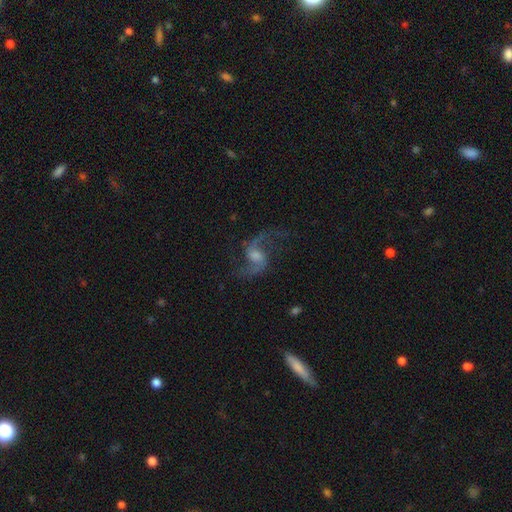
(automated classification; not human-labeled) This is clearly a featured or disk galaxy (88%). It is clearly not viewed edge-on (97%). Bar: possibly weak (49%). Spiral arm pattern: clearly yes (97%). Spiral arm count: clearly 2 (93%). Spiral winding: likely loose (71%). Central bulge: marginally moderate (40%). Merging: likely none (74%).